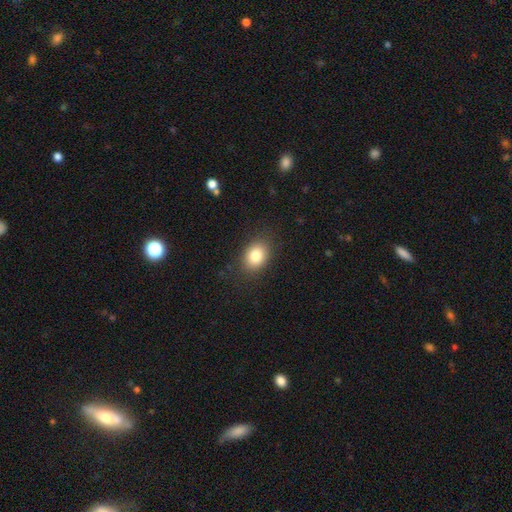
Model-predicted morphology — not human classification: Smooth or featured?
  - smooth: 82% *
  - star or artifact: 10%
  - featured or disk: 8%
How rounded?
  - in between: 66% *
  - round: 33%
  - cigar-shaped: 1%
Merging?
  - none: 86% *
  - minor disturbance: 10%
  - major disturbance: 3%
  - merger: 1%